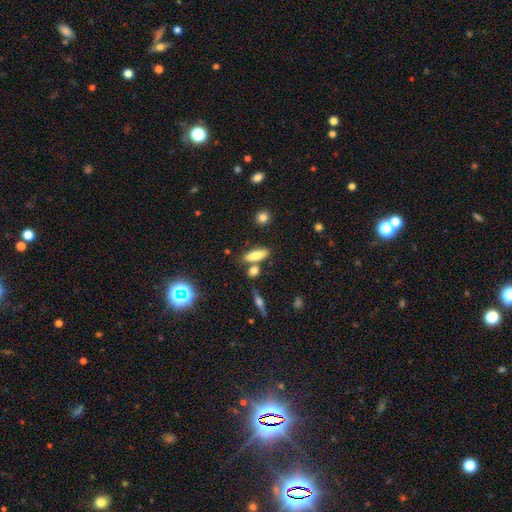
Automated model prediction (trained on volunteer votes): A smooth galaxy with no disk features (71%) that is in between round and cigar-shaped (53%).

Vote fractions:
- Smooth or featured? smooth: 71% / featured or disk: 20% / star or artifact: 9%
- How rounded? in between: 53% / cigar-shaped: 44% / round: 4%
- Merging? none: 71% / merger: 14% / minor disturbance: 11% / major disturbance: 3%